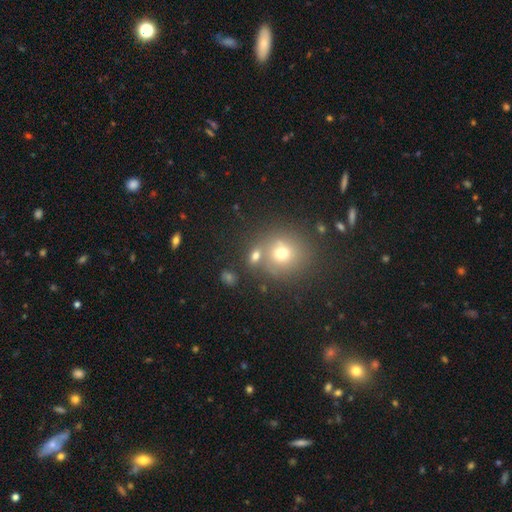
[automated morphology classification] Smooth or featured? smooth (68%)
How rounded? round (59%)
Merging? none (56%)